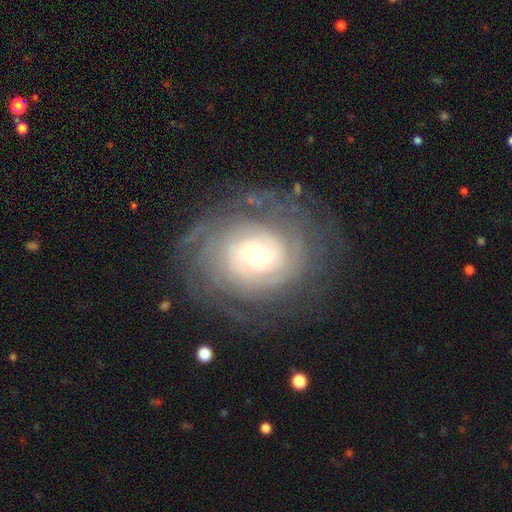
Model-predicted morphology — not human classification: smooth_or_featured: featured or disk (p=0.85) [alt: smooth p=0.09]
disk_edge_on: no (p=0.97) [alt: yes p=0.03]
bar: no (p=0.54) [alt: weak p=0.35]
has_spiral_arms: yes (p=0.95) [alt: no p=0.05]
spiral_winding: tight (p=0.77) [alt: medium p=0.18]
spiral_arm_count: can't tell (p=0.40) [alt: 2 p=0.14]
bulge_size: moderate (p=0.52) [alt: small p=0.37]
merging: none (p=0.75) [alt: minor disturbance p=0.15]